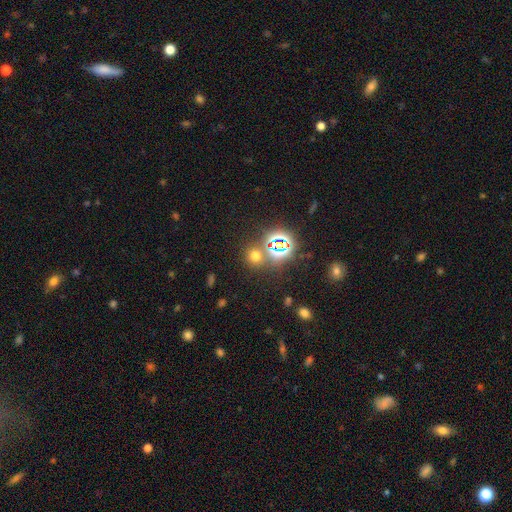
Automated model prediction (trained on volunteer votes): smooth 53%, star or artifact 40%, featured or disk 7%. Down the decision tree: how rounded — round (87%); merging — none (76%).